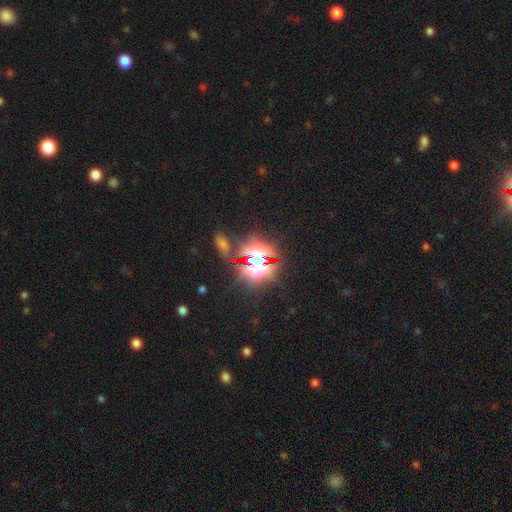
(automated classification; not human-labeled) The model was most divided on "smooth or featured": star or artifact: 76%, smooth: 14%, featured or disk: 10%.